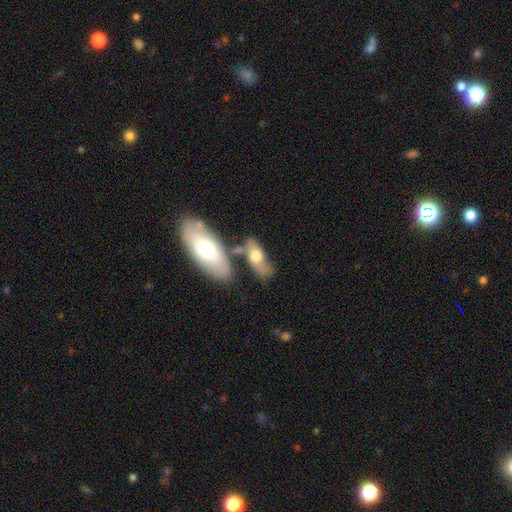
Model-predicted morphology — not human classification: type=smooth (58%); roundness=in between (80%); merging=none (44%).